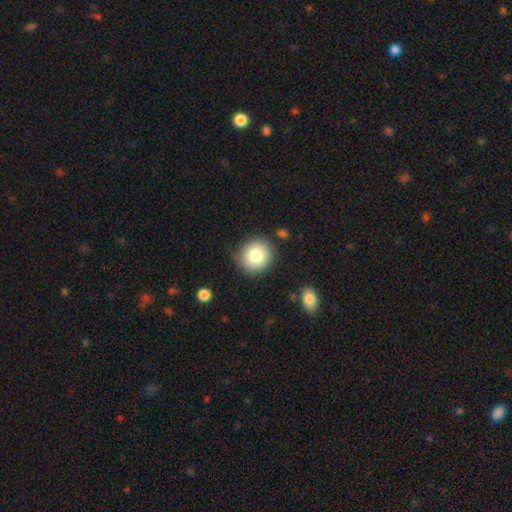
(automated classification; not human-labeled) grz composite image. It shows a smooth galaxy with no disk features (81%) that is round (89%). Merging: none (85%).